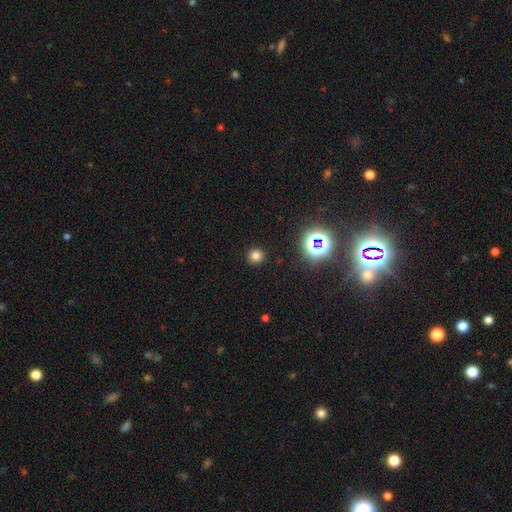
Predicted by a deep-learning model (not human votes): smooth_or_featured: smooth (p=0.75) [alt: star or artifact p=0.20]
how_rounded: round (p=0.93) [alt: in between p=0.06]
merging: none (p=0.91) [alt: minor disturbance p=0.05]